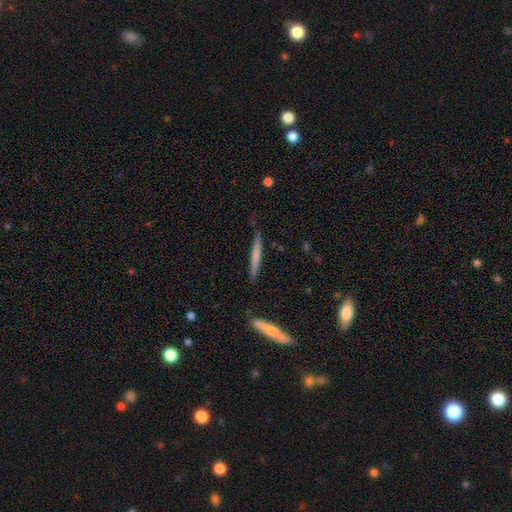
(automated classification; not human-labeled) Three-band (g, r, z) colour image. It shows a smooth galaxy with no disk features (54%) that is cigar-shaped (96%). Merging: none (86%).